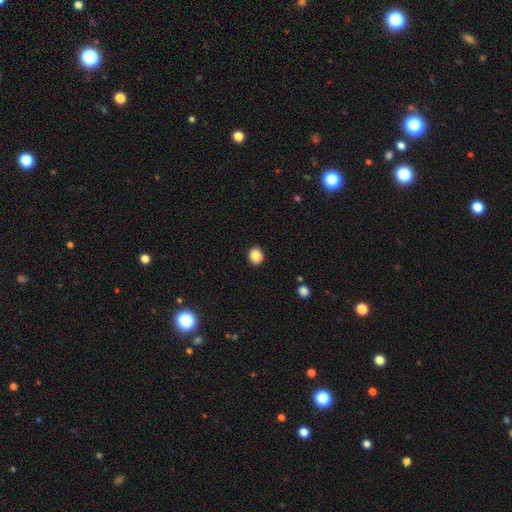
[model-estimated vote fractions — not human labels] Smooth or featured? smooth (85%)
How rounded? round (73%)
Merging? none (88%)